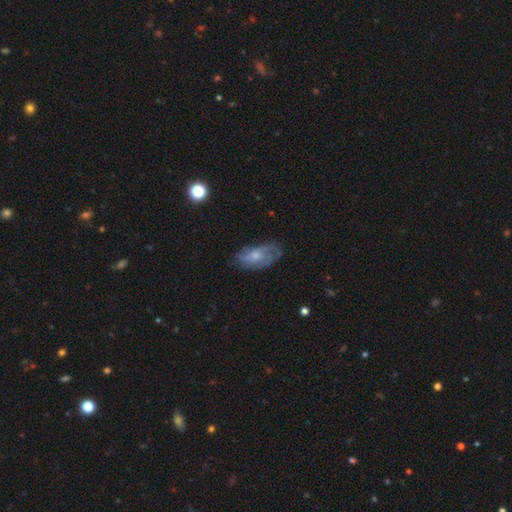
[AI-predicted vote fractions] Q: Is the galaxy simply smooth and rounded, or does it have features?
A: featured or disk — 56%.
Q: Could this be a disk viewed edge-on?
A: no — 92%.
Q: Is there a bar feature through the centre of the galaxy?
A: no — 74%.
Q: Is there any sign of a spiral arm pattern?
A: yes — 74%.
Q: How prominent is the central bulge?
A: small — 45%.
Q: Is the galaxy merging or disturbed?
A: none — 61%.